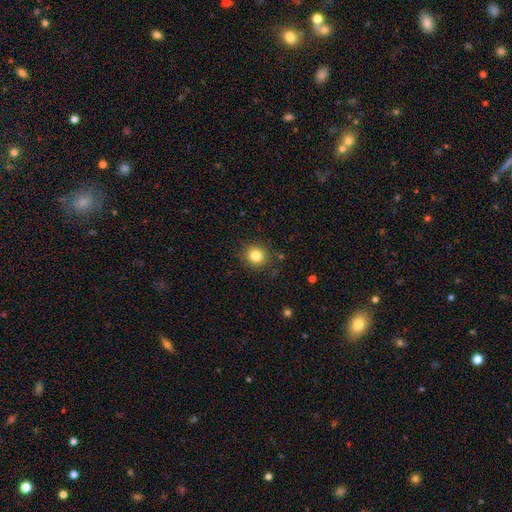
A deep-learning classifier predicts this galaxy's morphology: The model was most divided on "smooth or featured": smooth: 83%, star or artifact: 11%, featured or disk: 6%. More confident: how rounded — round (88%); merging — none (86%).